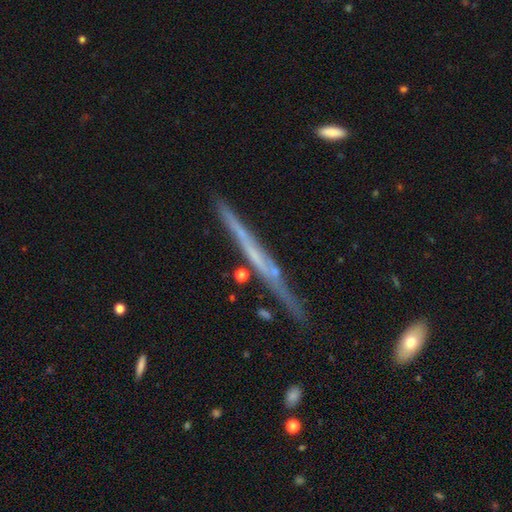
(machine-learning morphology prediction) Smooth or featured? Predicted: featured or disk (p=0.66). Edge-on disk? Predicted: yes (p=0.96). Edge-on bulge? Predicted: none (p=0.84). Merging? Predicted: none (p=0.80).